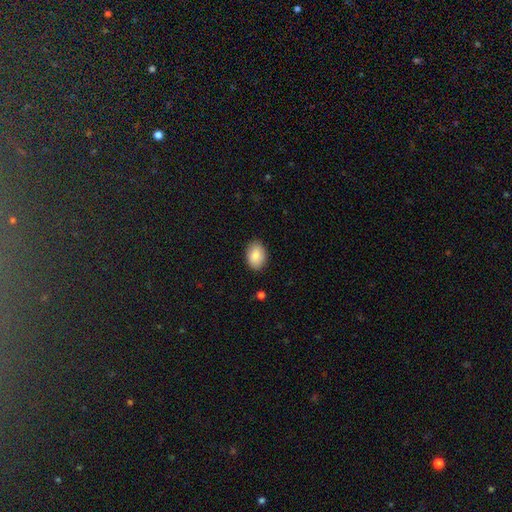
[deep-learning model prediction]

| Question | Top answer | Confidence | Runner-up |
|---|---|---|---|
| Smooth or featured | smooth | 86% | featured or disk (7%) |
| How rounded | in between | 83% | round (16%) |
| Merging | none | 88% | minor disturbance (9%) |